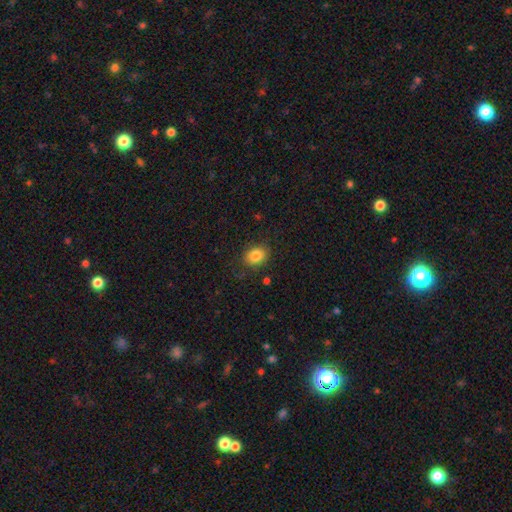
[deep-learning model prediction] smooth 84%, star or artifact 10%, featured or disk 6%. Down the decision tree: how rounded — in between (54%); merging — none (82%).